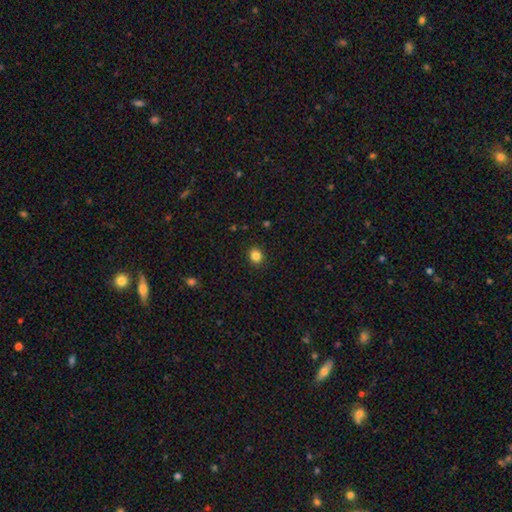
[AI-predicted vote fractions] Smooth or featured: smooth — 84% (star or artifact — 12%)
How rounded: round — 80% (in between — 20%)
Merging: none — 91% (minor disturbance — 6%)